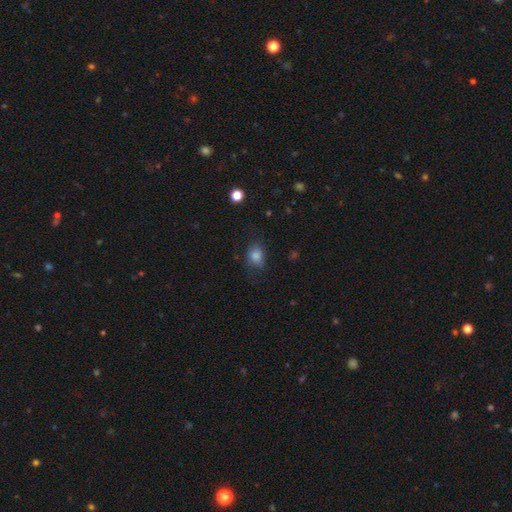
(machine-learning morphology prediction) The model was most divided on "how rounded": in between: 63%, round: 35%, cigar-shaped: 1%. More confident: smooth or featured — smooth (79%); merging — none (67%).